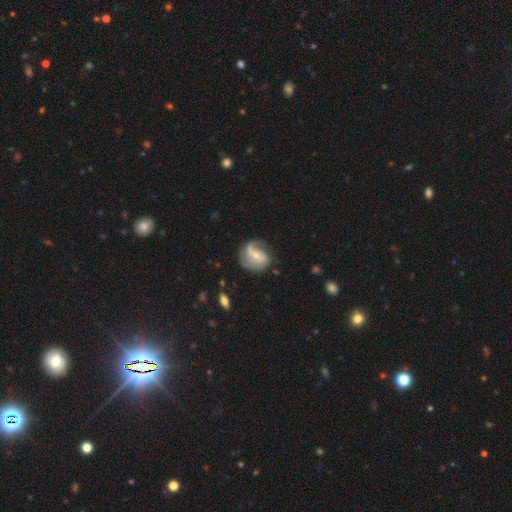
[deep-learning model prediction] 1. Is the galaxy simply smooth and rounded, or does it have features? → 76% featured or disk, 18% smooth, 6% star or artifact.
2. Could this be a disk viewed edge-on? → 97% no, 3% yes.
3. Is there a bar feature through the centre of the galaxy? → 42% weak, 37% no, 20% strong.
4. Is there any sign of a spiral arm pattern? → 91% yes, 9% no.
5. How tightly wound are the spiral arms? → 40% medium, 38% loose, 22% tight.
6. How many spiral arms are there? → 55% 2, 23% 1, 12% can't tell, 6% 3, 2% 4, 2% more than 4.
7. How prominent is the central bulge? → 65% small, 30% moderate, 3% none, 1% large, 1% dominant.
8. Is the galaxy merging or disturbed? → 60% none, 23% minor disturbance, 15% major disturbance, 2% merger.